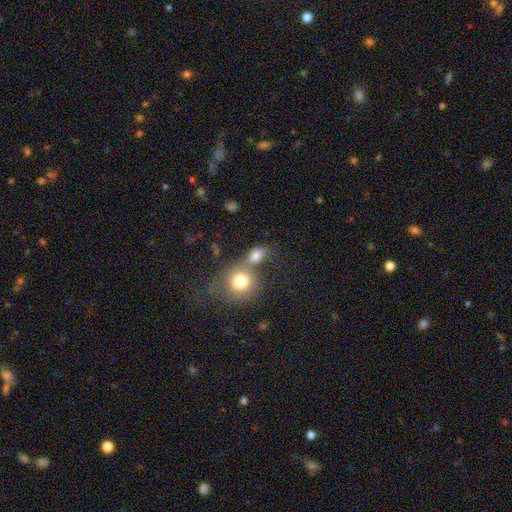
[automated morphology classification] Smooth or featured?
  - smooth: 78% *
  - star or artifact: 11%
  - featured or disk: 11%
How rounded?
  - in between: 54% *
  - round: 43%
  - cigar-shaped: 3%
Merging?
  - merger: 51% *
  - none: 33%
  - minor disturbance: 10%
  - major disturbance: 6%